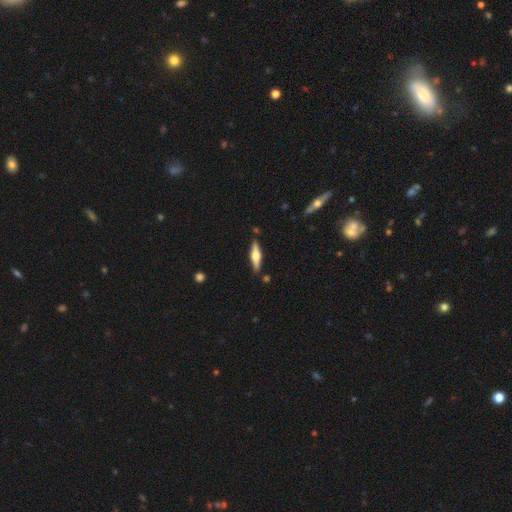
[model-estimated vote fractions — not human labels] Smooth or featured? Predicted: featured or disk (p=0.56). Edge-on disk? Predicted: yes (p=0.95). Edge-on bulge? Predicted: rounded (p=0.92). Merging? Predicted: none (p=0.86).